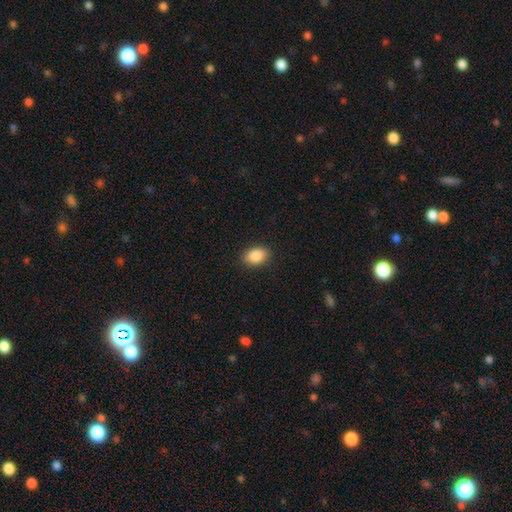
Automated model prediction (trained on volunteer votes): Smooth or featured? smooth (88%)
How rounded? in between (83%)
Merging? none (89%)